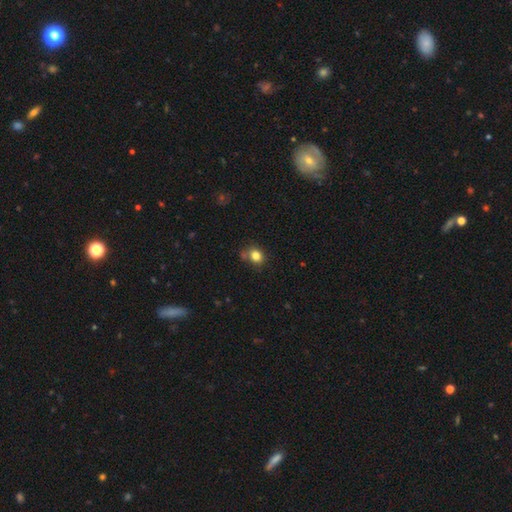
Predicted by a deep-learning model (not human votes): Morphology: type=smooth (82%); roundness=round (63%); merging=none (66%).